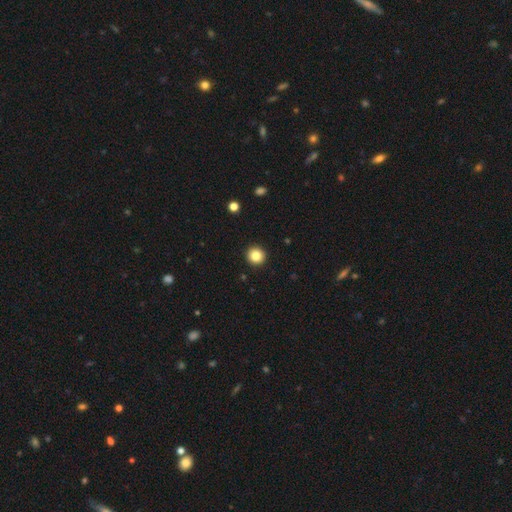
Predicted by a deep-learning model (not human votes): Q: Smooth or featured?
A: smooth (85%); runner-up: star or artifact (10%)
Q: How rounded?
A: round (93%); runner-up: in between (6%)
Q: Merging?
A: none (93%); runner-up: minor disturbance (4%)